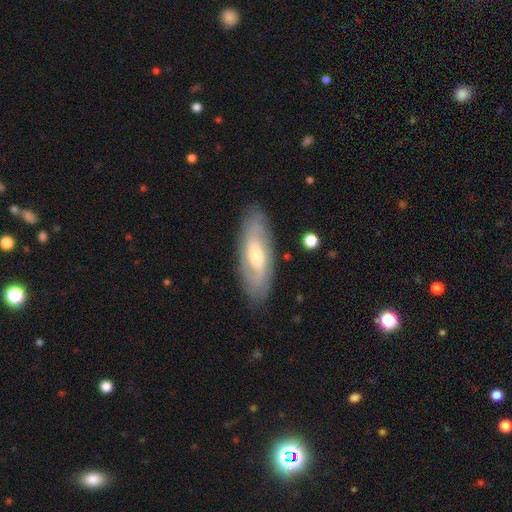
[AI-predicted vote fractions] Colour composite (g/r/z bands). It shows a featured or disk galaxy (68%) with no bar (52%), spiral arms (84%) and a moderate central bulge (54%). Merging: none (83%).